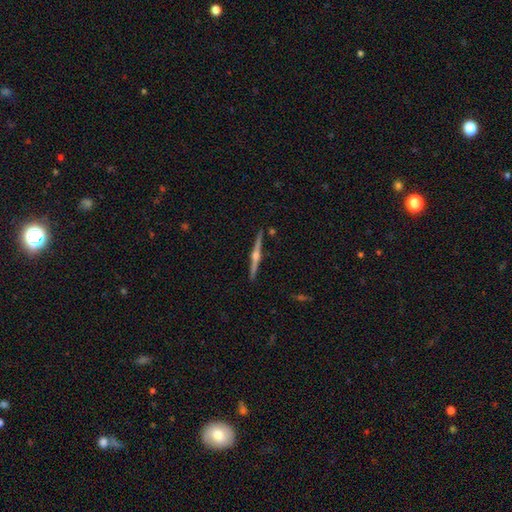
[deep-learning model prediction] Overall: featured or disk (86%). Edge-on disk: yes (99%). Edge-on bulge: rounded (93%). Merging: none (92%).